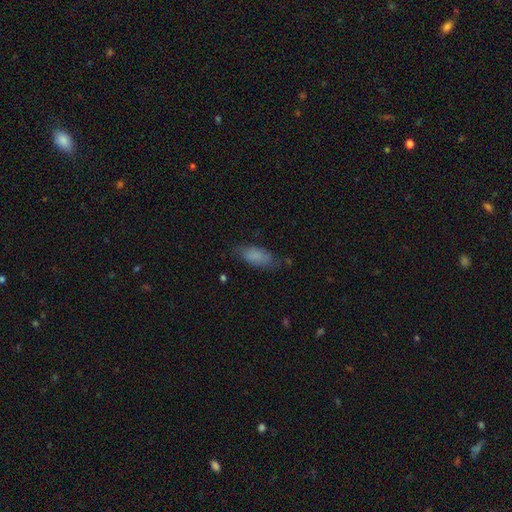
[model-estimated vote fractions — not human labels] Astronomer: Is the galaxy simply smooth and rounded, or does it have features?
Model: smooth — 81%.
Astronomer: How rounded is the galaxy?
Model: in between — 85%.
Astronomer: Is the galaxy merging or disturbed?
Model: none — 70%.